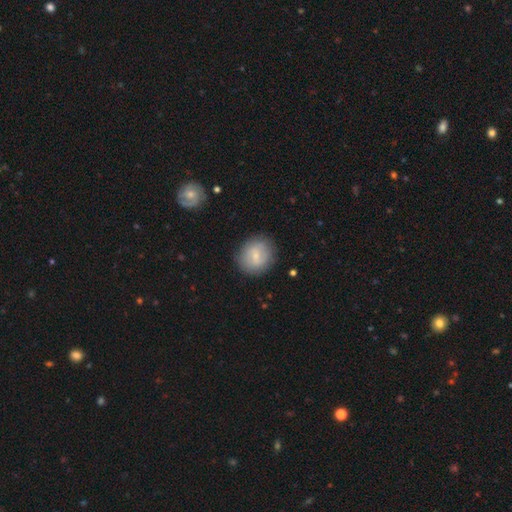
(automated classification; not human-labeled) Q: Smooth or featured?
A: smooth (64%); runner-up: featured or disk (29%)
Q: How rounded?
A: round (79%); runner-up: in between (20%)
Q: Merging?
A: none (84%); runner-up: minor disturbance (11%)